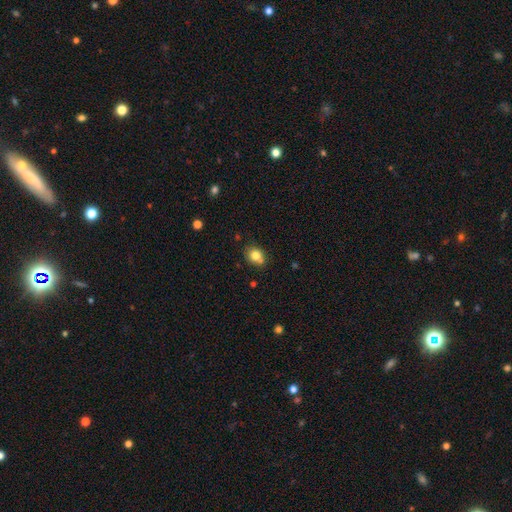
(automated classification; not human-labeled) A smooth galaxy with no disk features (81%) that is round (50%).

Vote fractions:
- Smooth or featured? smooth: 81% / star or artifact: 10% / featured or disk: 9%
- How rounded? round: 50% / in between: 49% / cigar-shaped: 1%
- Merging? none: 72% / minor disturbance: 18% / merger: 7% / major disturbance: 3%